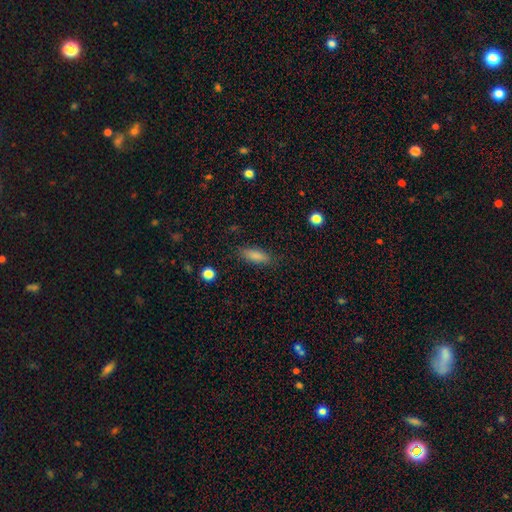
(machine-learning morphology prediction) Overall: smooth (85%). How rounded: in between (60%; cigar-shaped 38%). Merging: none (84%).